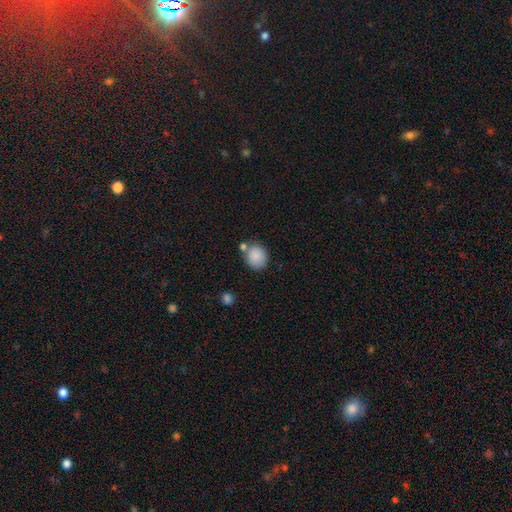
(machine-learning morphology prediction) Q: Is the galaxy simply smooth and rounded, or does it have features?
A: smooth — 87%.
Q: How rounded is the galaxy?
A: round — 67%.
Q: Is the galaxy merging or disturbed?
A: none — 66%.